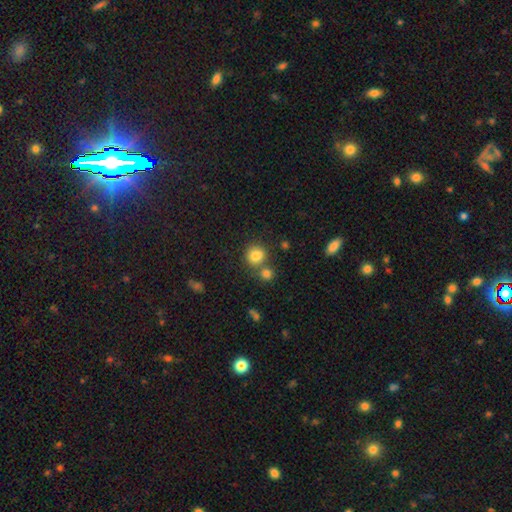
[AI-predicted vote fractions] A smooth galaxy with no disk features (82%) that is round (83%).

Vote fractions:
- Smooth or featured? smooth: 82% / star or artifact: 12% / featured or disk: 7%
- How rounded? round: 83% / in between: 16% / cigar-shaped: 1%
- Merging? none: 63% / merger: 24% / minor disturbance: 9% / major disturbance: 3%